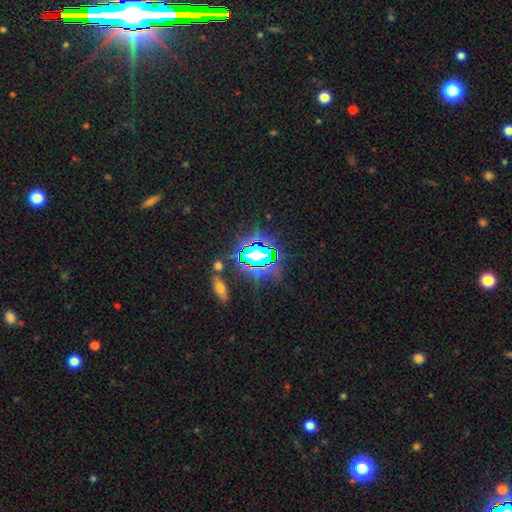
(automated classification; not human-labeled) This appears to be a star or artifact, not a galaxy (67%).